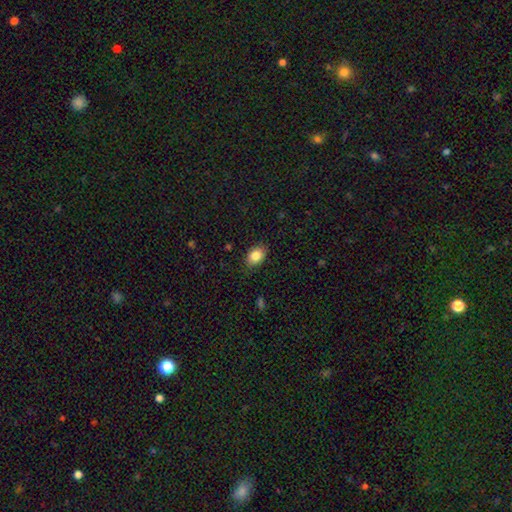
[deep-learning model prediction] This appears to be a smooth galaxy with no disk features (85%) that is in between round and cigar-shaped (80%). Merging: none (83%).